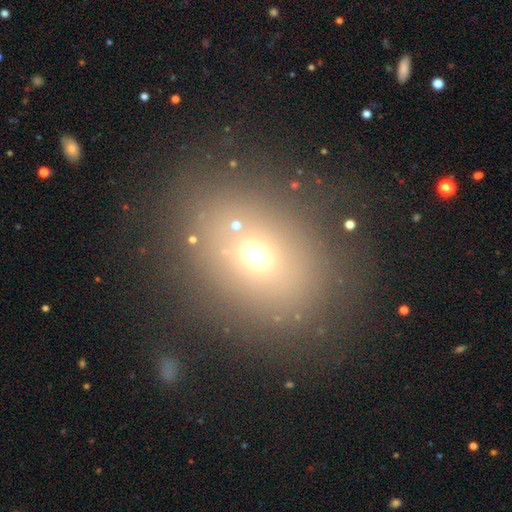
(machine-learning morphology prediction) A smooth galaxy with no disk features (63%) that is in between round and cigar-shaped (52%). Merging: none (76%).